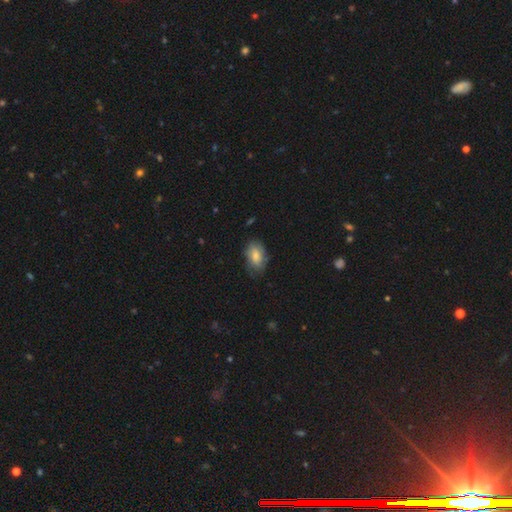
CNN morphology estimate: A smooth galaxy with no disk features (75%) that is in between round and cigar-shaped (89%). Merging: none (68%).